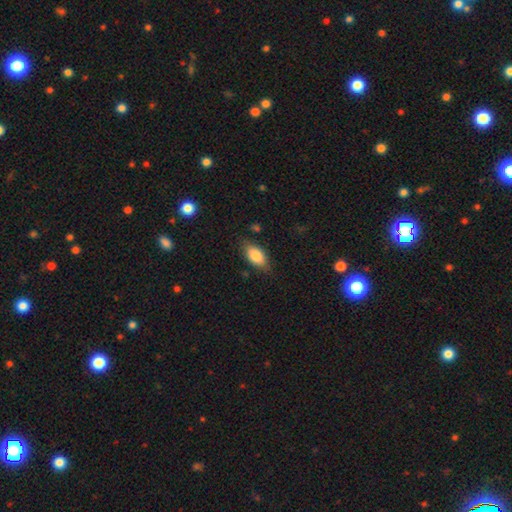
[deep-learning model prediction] smooth_or_featured: smooth (p=0.83) [alt: featured or disk p=0.11]
how_rounded: in between (p=0.90) [alt: cigar-shaped p=0.06]
merging: none (p=0.78) [alt: minor disturbance p=0.17]